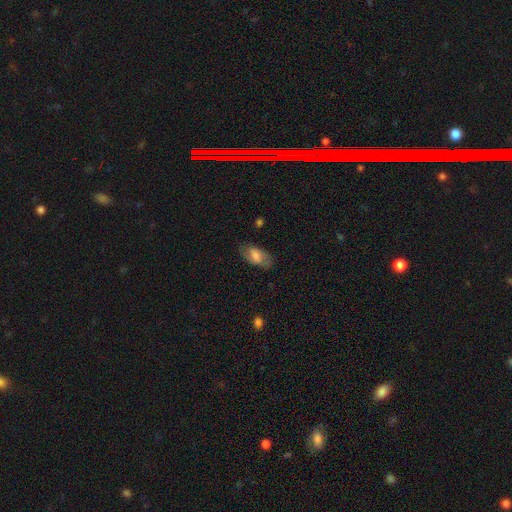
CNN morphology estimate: Smooth or featured? Predicted: smooth (p=0.59). How rounded? Predicted: in between (p=0.91). Merging? Predicted: none (p=0.74).